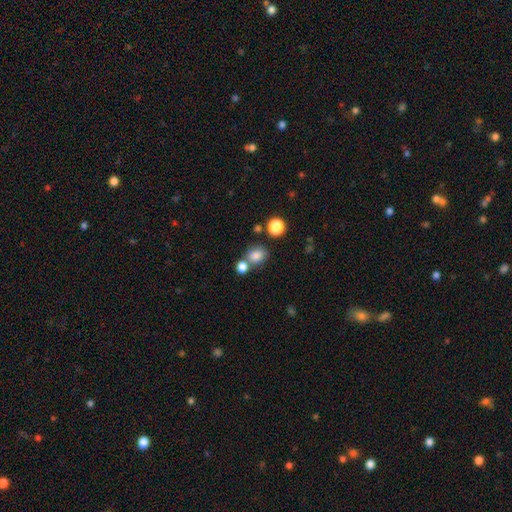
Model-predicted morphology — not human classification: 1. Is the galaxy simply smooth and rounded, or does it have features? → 81% smooth, 12% star or artifact, 6% featured or disk.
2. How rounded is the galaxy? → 61% round, 38% in between, 1% cigar-shaped.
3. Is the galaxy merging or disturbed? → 60% none, 25% merger, 11% minor disturbance, 4% major disturbance.